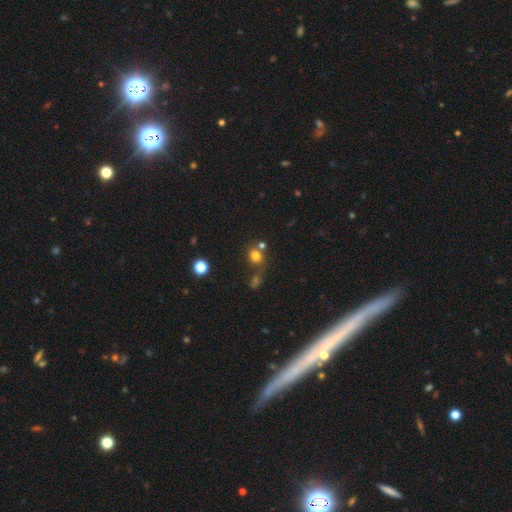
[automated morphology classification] smooth-or-featured: smooth: 74% | star or artifact: 17% | featured or disk: 8%
  how-rounded: round: 72% | in between: 27% | cigar-shaped: 1%
  merging: none: 54% | merger: 27% | minor disturbance: 12% | major disturbance: 7%